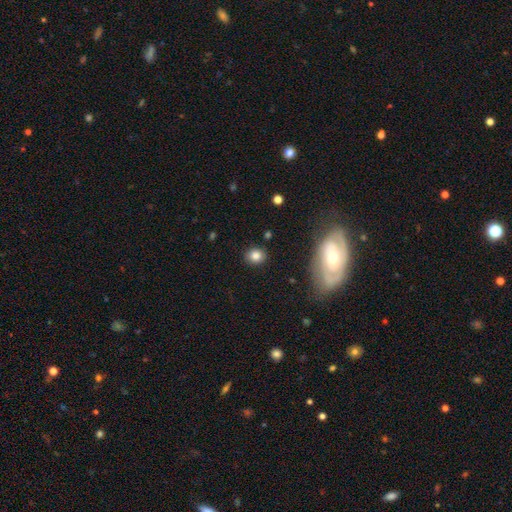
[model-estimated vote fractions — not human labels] smooth-or-featured: smooth: 82% | star or artifact: 11% | featured or disk: 7%
  how-rounded: round: 77% | in between: 22% | cigar-shaped: 1%
  merging: none: 88% | minor disturbance: 8% | major disturbance: 2% | merger: 2%